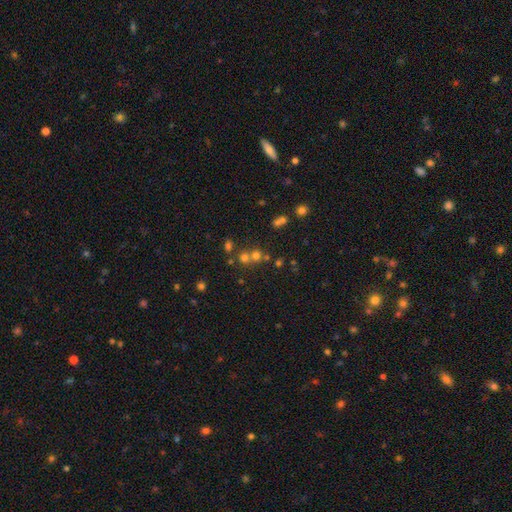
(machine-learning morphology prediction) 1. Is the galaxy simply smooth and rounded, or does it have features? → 56% smooth, 30% star or artifact, 15% featured or disk.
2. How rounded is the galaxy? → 86% round, 13% in between, 1% cigar-shaped.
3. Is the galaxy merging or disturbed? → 49% none, 40% merger, 7% minor disturbance, 3% major disturbance.